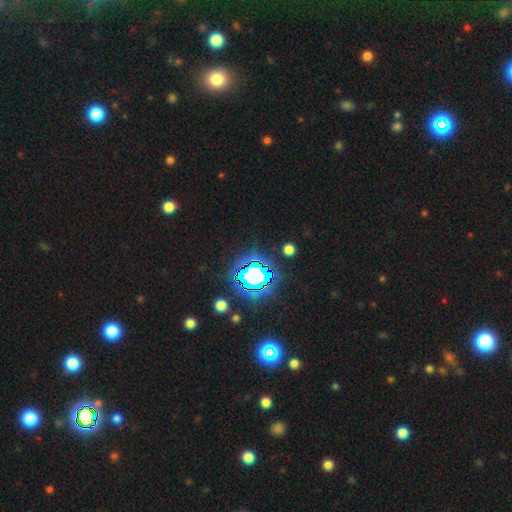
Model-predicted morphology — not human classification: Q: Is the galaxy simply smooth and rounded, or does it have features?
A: star or artifact — 81%.